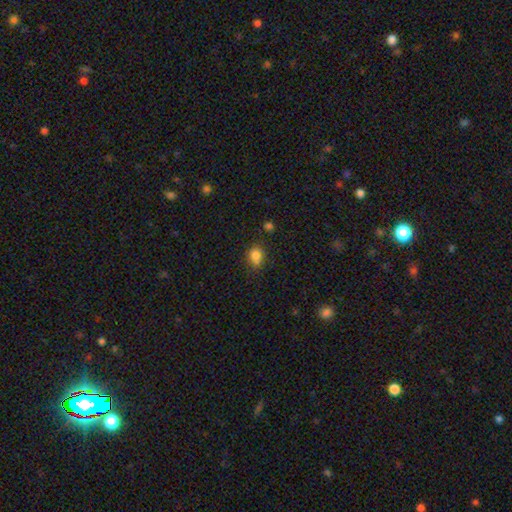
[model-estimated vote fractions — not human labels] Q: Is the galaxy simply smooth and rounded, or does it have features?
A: smooth — 82%.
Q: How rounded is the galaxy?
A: in between — 57%.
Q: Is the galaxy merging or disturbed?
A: none — 69%.